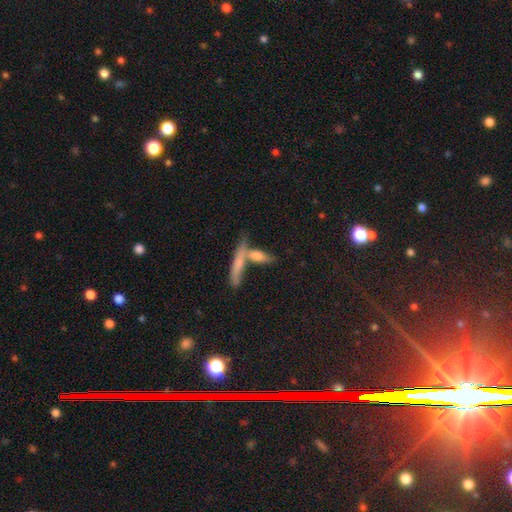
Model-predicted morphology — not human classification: Overall: smooth (59%; featured or disk 31%). How rounded: cigar-shaped (66%; in between 30%). Merging: merger (44%; none 41%).